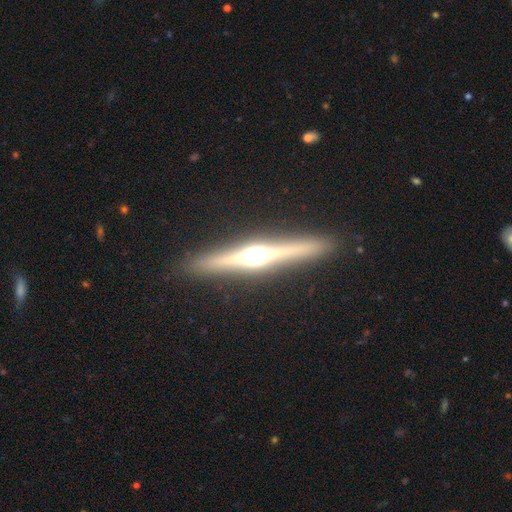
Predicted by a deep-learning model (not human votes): This is likely a featured or disk galaxy (78%). It is clearly viewed edge-on (98%). Edge-on bulge: clearly rounded (93%). Merging: clearly none (90%).